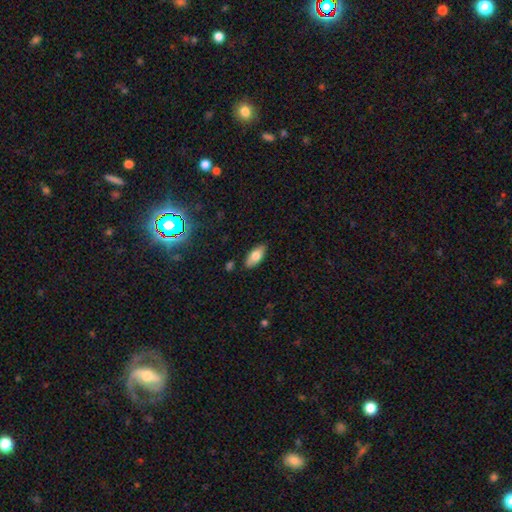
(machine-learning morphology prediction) smooth-or-featured: smooth: 72% | featured or disk: 20% | star or artifact: 8%
  how-rounded: in between: 85% | cigar-shaped: 12% | round: 3%
  merging: none: 86% | minor disturbance: 10% | major disturbance: 2% | merger: 2%